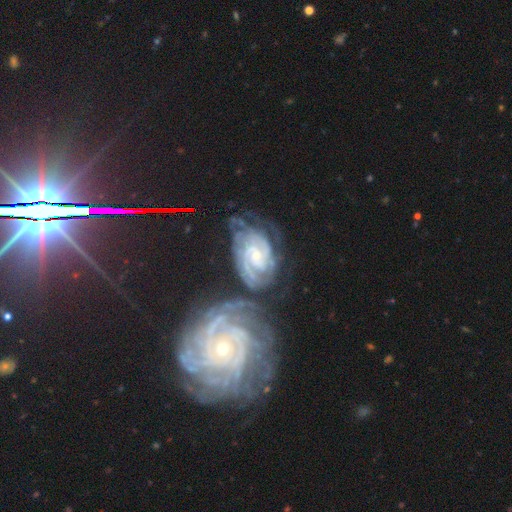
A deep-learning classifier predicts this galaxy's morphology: featured or disk 87%, smooth 7%, star or artifact 6%. Down the decision tree: edge-on disk — no (97%); bar — no (47%); spiral arms — yes (97%); spiral arm count — 2 (41%); spiral winding — tight (68%); bulge size — small (65%); merging — none (48%).